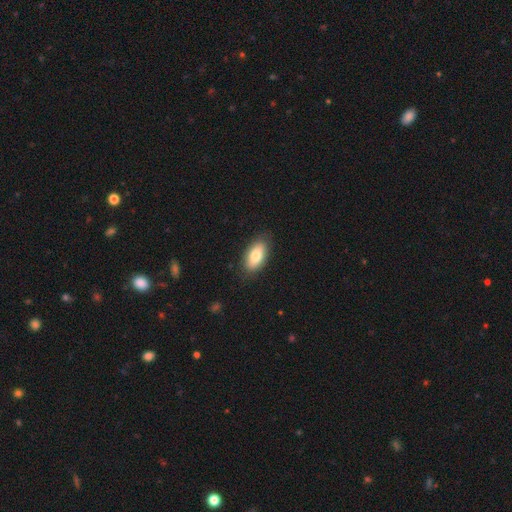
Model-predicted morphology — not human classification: smooth 80%, featured or disk 13%, star or artifact 7%. Down the decision tree: how rounded — in between (92%); merging — none (85%).